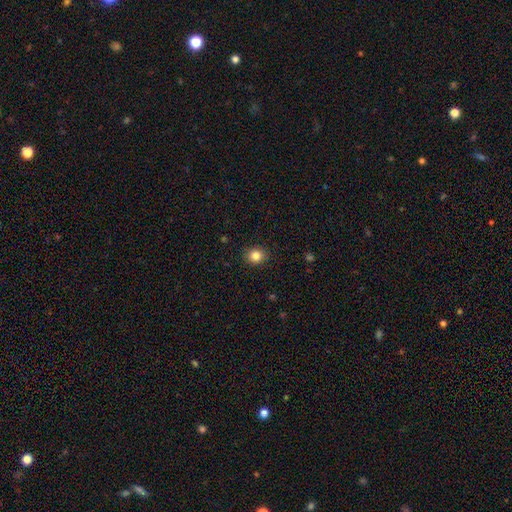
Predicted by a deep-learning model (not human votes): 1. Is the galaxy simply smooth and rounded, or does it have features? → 84% smooth, 11% star or artifact, 6% featured or disk.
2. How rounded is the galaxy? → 73% round, 26% in between, 1% cigar-shaped.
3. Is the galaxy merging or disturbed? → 89% none, 8% minor disturbance, 2% major disturbance, 1% merger.